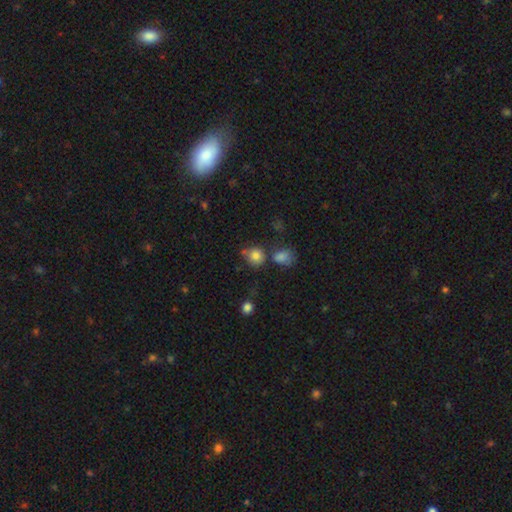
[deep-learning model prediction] smooth-or-featured: smooth: 81% | star or artifact: 12% | featured or disk: 7%
  how-rounded: round: 83% | in between: 15% | cigar-shaped: 1%
  merging: none: 62% | merger: 17% | minor disturbance: 15% | major disturbance: 5%